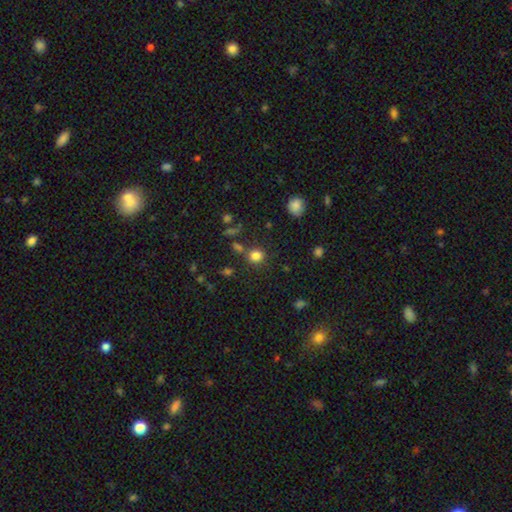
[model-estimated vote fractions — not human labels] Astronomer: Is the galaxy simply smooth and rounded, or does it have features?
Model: smooth — 81%.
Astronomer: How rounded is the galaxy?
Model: round — 85%.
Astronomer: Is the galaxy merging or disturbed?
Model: none — 78%.